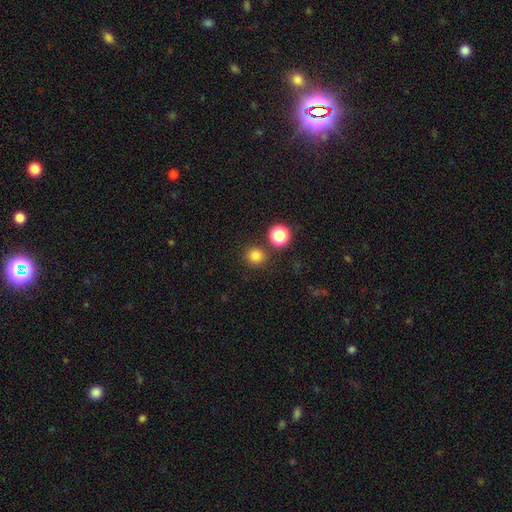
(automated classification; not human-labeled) This appears to be a smooth galaxy with no disk features (80%) that is round (91%). Merging: none (85%).